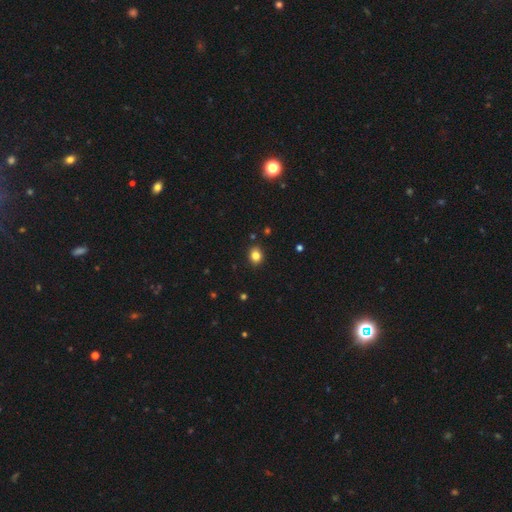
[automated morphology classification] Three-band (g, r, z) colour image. It shows a smooth galaxy with no disk features (83%) that is round (59%). Merging: none (89%).